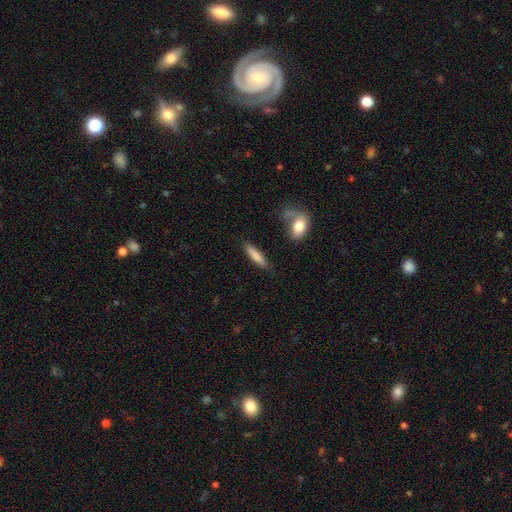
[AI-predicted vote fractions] smooth-or-featured: smooth: 79% | featured or disk: 15% | star or artifact: 6%
  how-rounded: cigar-shaped: 77% | in between: 21% | round: 2%
  merging: none: 81% | minor disturbance: 12% | merger: 4% | major disturbance: 3%